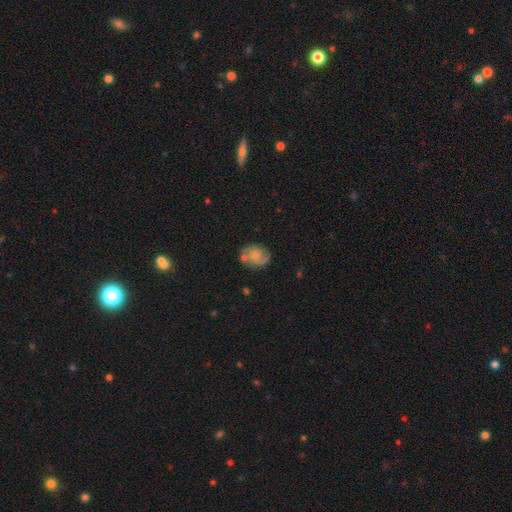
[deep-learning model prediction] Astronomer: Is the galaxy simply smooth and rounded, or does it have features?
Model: featured or disk — 53% (runner-up: smooth, 38%).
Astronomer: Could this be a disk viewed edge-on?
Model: no — 97%.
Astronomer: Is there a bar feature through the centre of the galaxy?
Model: no — 71%.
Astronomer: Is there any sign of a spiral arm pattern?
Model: yes — 84%.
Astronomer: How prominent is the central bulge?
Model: small — 50% (runner-up: moderate, 27%).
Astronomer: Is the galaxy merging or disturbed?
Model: none — 64%.